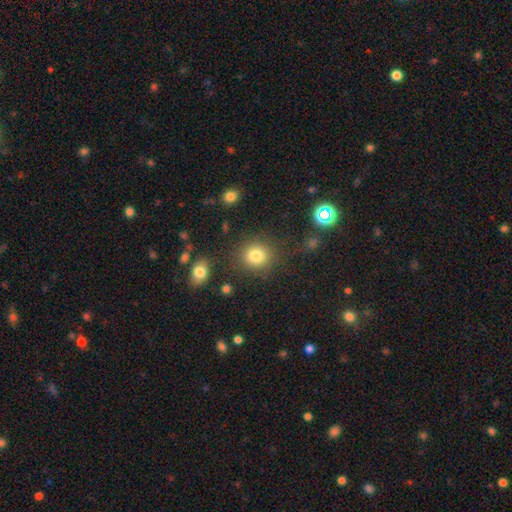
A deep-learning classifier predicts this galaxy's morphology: A smooth galaxy with no disk features (82%) that is round (85%).

Vote fractions:
- Smooth or featured? smooth: 82% / star or artifact: 12% / featured or disk: 6%
- How rounded? round: 85% / in between: 14% / cigar-shaped: 1%
- Merging? none: 82% / minor disturbance: 10% / major disturbance: 5% / merger: 4%